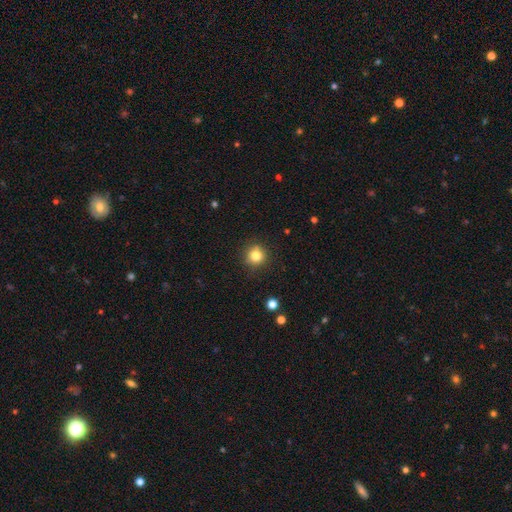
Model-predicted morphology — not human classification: smooth 82%, star or artifact 12%, featured or disk 6%. Down the decision tree: how rounded — round (93%); merging — none (89%).